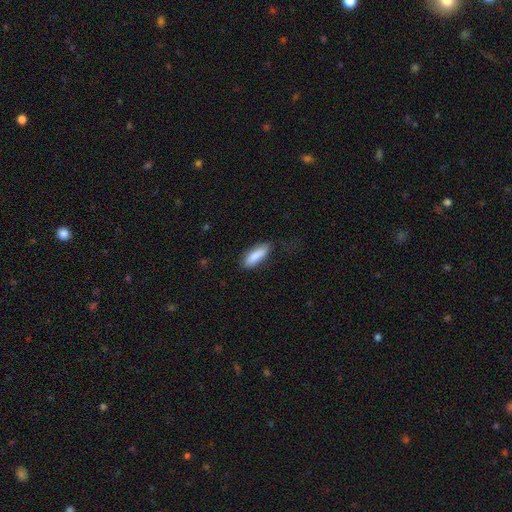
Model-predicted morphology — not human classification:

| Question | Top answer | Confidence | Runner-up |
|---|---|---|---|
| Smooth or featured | smooth | 86% | featured or disk (8%) |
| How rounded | in between | 57% | cigar-shaped (41%) |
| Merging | none | 73% | minor disturbance (19%) |